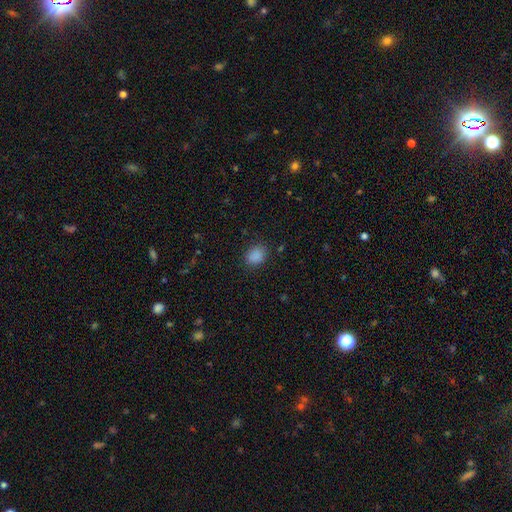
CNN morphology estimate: smooth-or-featured: smooth: 86% | star or artifact: 11% | featured or disk: 3%
  how-rounded: round: 52% | in between: 47% | cigar-shaped: 1%
  merging: none: 83% | minor disturbance: 12% | major disturbance: 4% | merger: 1%